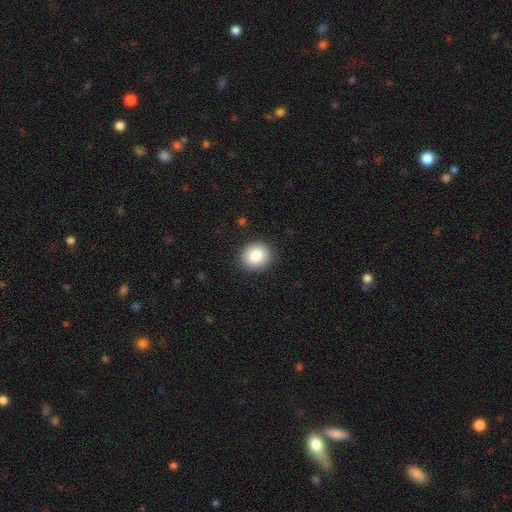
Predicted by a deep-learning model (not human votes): Smooth or featured: smooth — 86% (star or artifact — 8%)
How rounded: round — 75% (in between — 24%)
Merging: none — 88% (minor disturbance — 9%)